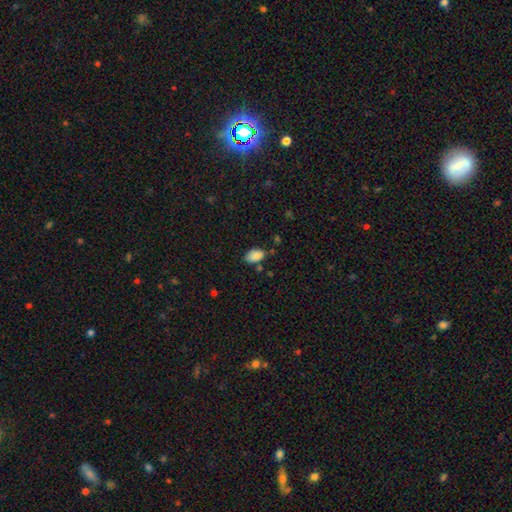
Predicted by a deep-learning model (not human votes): Smooth or featured?
  - smooth: 87% *
  - star or artifact: 8%
  - featured or disk: 5%
How rounded?
  - in between: 92% *
  - round: 7%
  - cigar-shaped: 1%
Merging?
  - none: 70% *
  - minor disturbance: 20%
  - merger: 6%
  - major disturbance: 4%